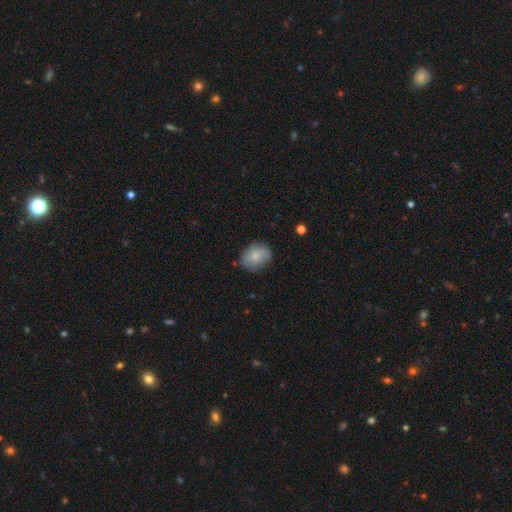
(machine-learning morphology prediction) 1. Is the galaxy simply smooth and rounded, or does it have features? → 67% smooth, 25% featured or disk, 8% star or artifact.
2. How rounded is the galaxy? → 53% in between, 46% round, 1% cigar-shaped.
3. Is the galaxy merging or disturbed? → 68% none, 24% minor disturbance, 6% major disturbance, 2% merger.